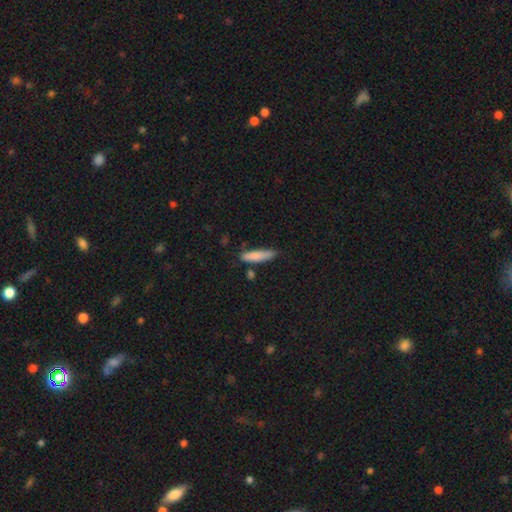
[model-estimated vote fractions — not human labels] Smooth or featured? Predicted: smooth (p=0.82). How rounded? Predicted: cigar-shaped (p=0.78). Merging? Predicted: none (p=0.68).